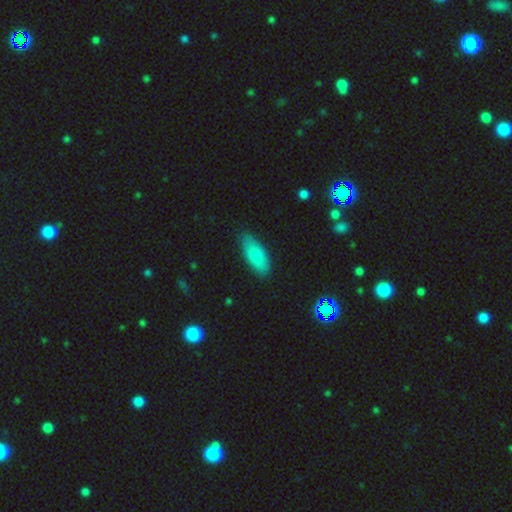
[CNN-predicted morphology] This is likely a smooth galaxy (78%). How rounded: clearly in between (81%). Merging: clearly none (82%).